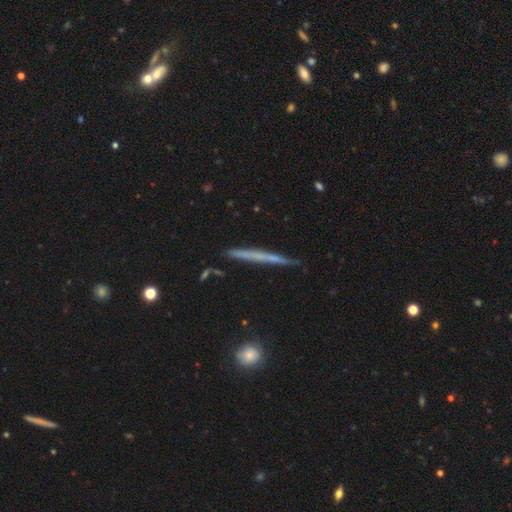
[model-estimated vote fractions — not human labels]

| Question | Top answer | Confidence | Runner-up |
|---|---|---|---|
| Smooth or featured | featured or disk | 50% | smooth (43%) |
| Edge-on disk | yes | 96% | no (4%) |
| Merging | none | 86% | minor disturbance (10%) |